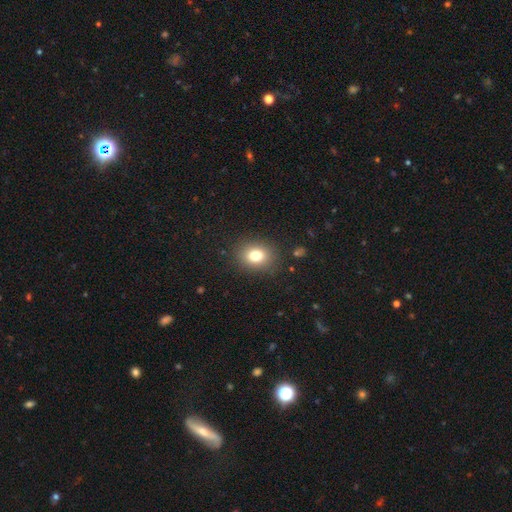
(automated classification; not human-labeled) Overall: smooth (79%). How rounded: round (58%; in between 41%). Merging: none (87%).